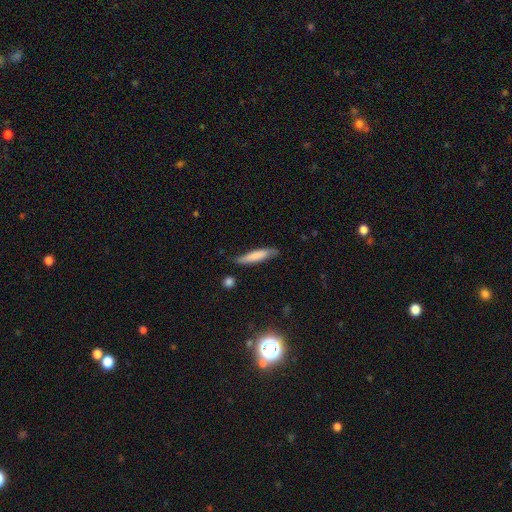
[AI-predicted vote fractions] smooth 75%, featured or disk 20%, star or artifact 6%. Down the decision tree: how rounded — cigar-shaped (85%); merging — none (73%).